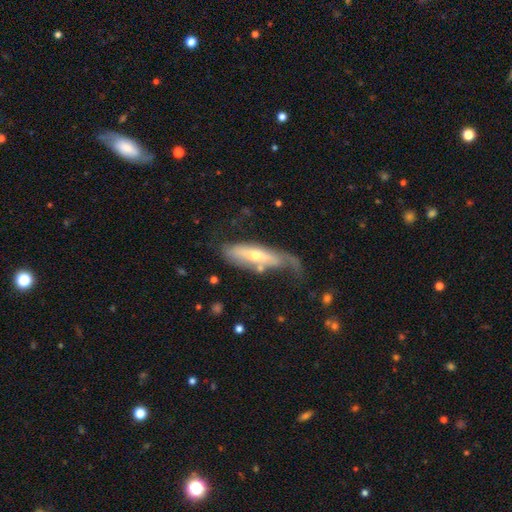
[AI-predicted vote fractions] A featured or disk galaxy (54%). Merging: none (33%).